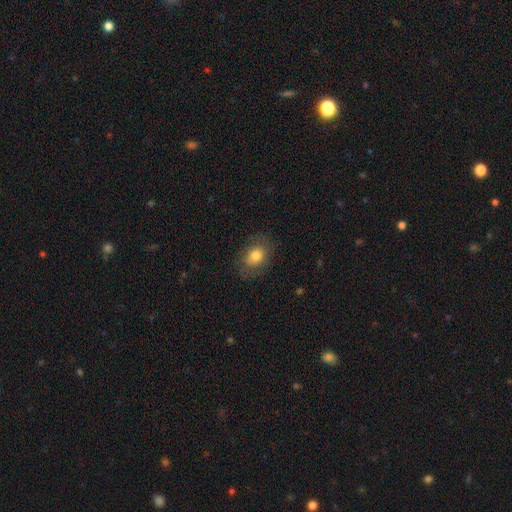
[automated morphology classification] A smooth galaxy with no disk features (74%) that is in between round and cigar-shaped (62%). Merging: none (75%).